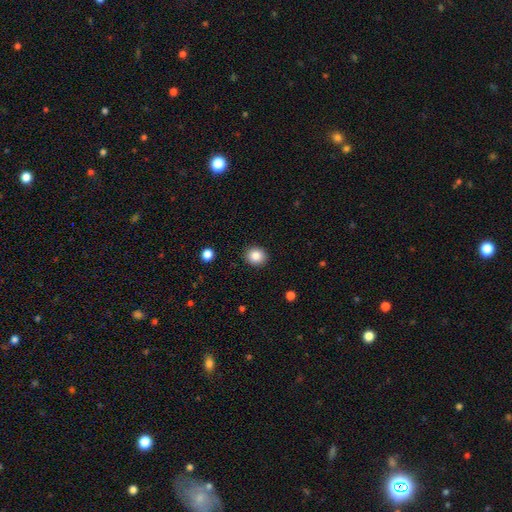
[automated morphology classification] type=smooth (85%); roundness=round (80%); merging=none (91%).